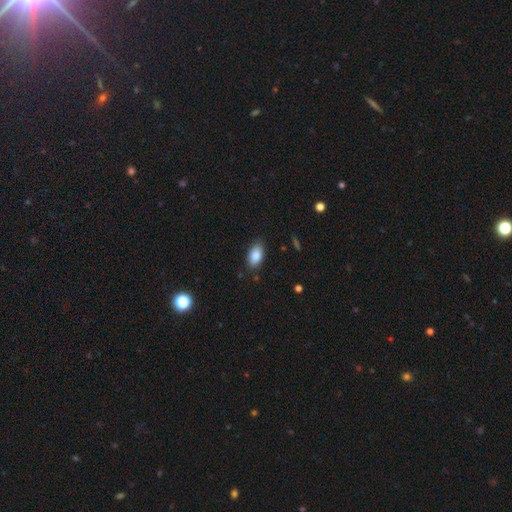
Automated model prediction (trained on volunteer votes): This appears to be a smooth galaxy with no disk features (86%) that is in between round and cigar-shaped (93%). Merging: none (83%).